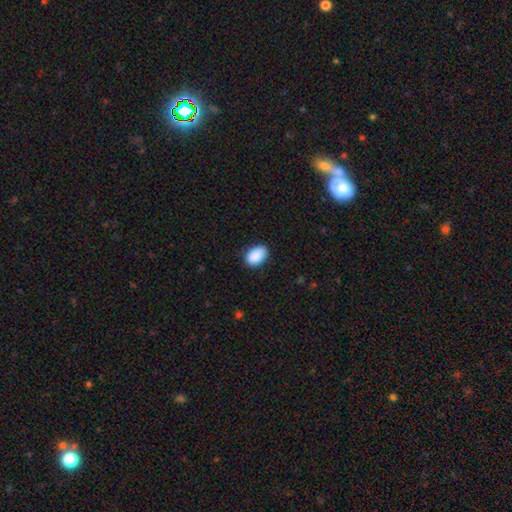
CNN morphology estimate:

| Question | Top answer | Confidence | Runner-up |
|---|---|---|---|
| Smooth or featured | smooth | 90% | star or artifact (6%) |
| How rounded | in between | 88% | round (11%) |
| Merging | none | 84% | minor disturbance (12%) |